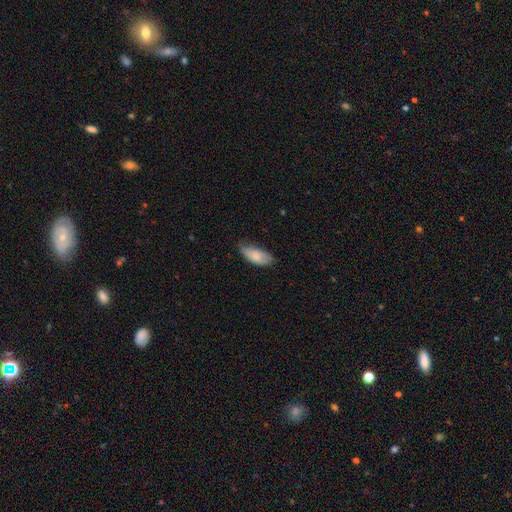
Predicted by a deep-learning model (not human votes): This appears to be a smooth galaxy with no disk features (80%) that is in between round and cigar-shaped (87%). Merging: none (57%).